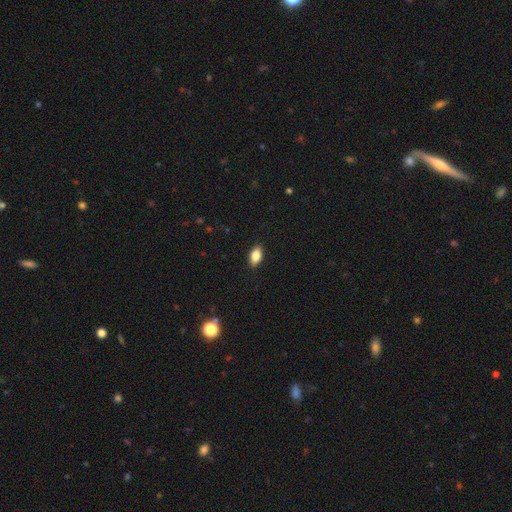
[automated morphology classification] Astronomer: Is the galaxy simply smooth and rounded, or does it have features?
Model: smooth — 83%.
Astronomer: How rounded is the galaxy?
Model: in between — 90%.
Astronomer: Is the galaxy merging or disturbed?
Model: none — 89%.